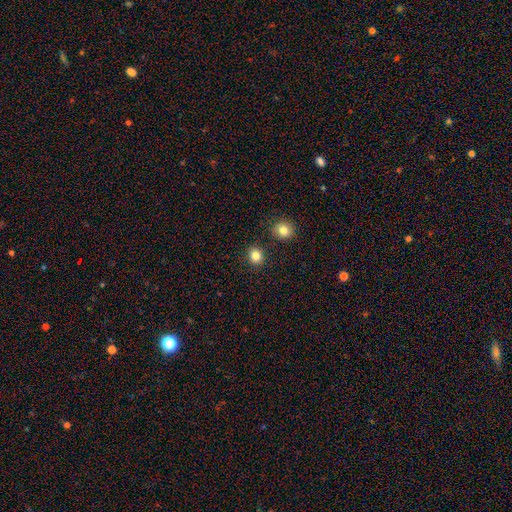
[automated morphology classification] A smooth galaxy with no disk features (83%) that is round (82%). Merging: none (88%).